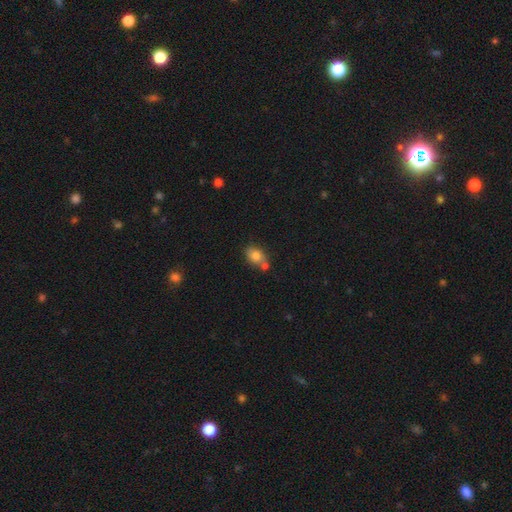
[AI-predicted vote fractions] Q: Smooth or featured?
A: smooth (79%); runner-up: featured or disk (12%)
Q: How rounded?
A: in between (65%); runner-up: round (34%)
Q: Merging?
A: none (47%); runner-up: merger (33%)